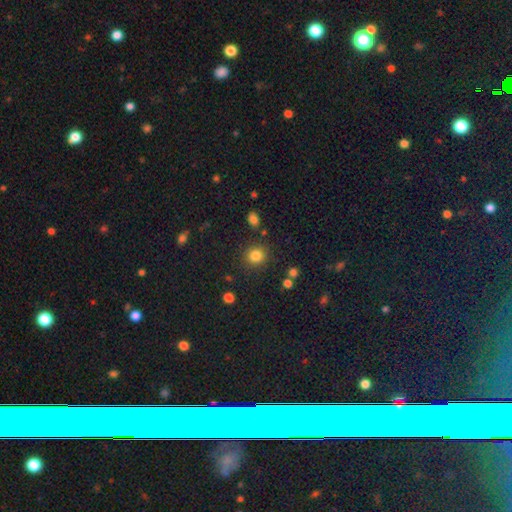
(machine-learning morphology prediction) Smooth or featured: smooth — 82% (star or artifact — 12%)
How rounded: round — 84% (in between — 15%)
Merging: none — 85% (minor disturbance — 8%)